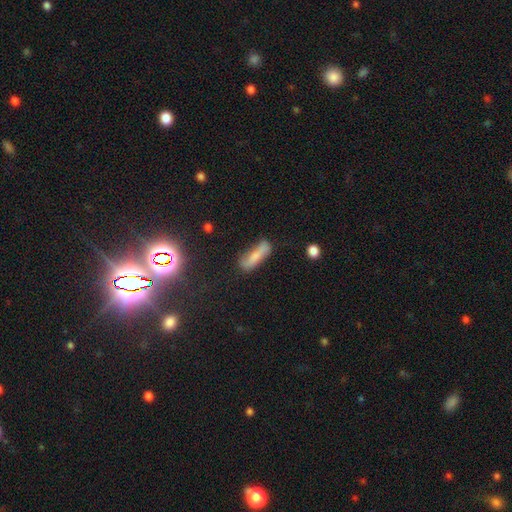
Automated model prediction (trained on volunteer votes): A smooth galaxy with no disk features (67%) that is cigar-shaped (62%). Merging: none (57%).